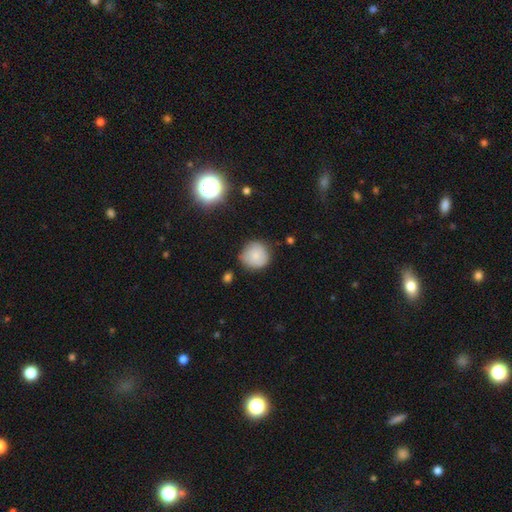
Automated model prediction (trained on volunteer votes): Smooth or featured? Predicted: smooth (p=0.77). How rounded? Predicted: round (p=0.92). Merging? Predicted: none (p=0.76).